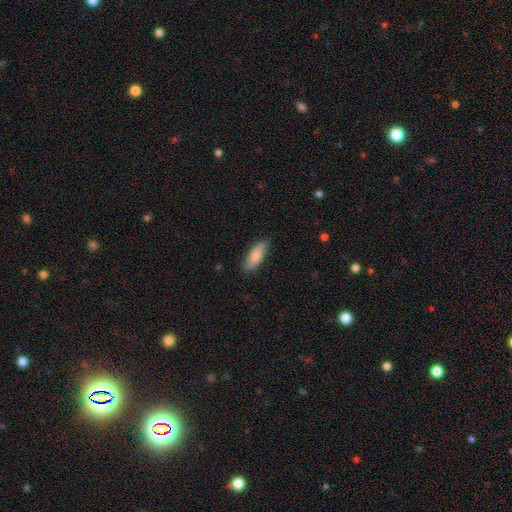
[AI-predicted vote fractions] This appears to be a smooth galaxy with no disk features (82%) that is in between round and cigar-shaped (67%). Merging: none (83%).